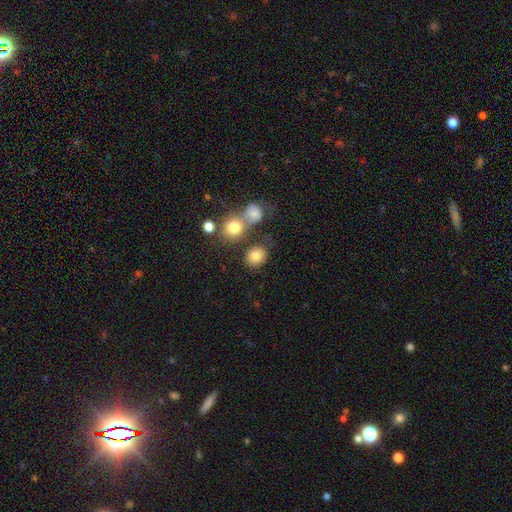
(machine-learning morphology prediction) The model was most divided on "how rounded": round: 70%, in between: 29%, cigar-shaped: 1%. More confident: smooth or featured — smooth (81%); merging — none (68%).